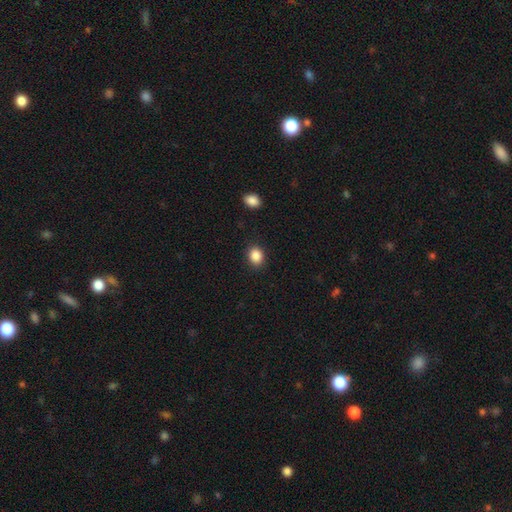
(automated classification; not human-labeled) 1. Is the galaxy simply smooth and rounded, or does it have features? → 87% smooth, 9% star or artifact, 3% featured or disk.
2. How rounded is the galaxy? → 57% round, 42% in between, 1% cigar-shaped.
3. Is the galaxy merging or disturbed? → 88% none, 8% minor disturbance, 3% major disturbance, 1% merger.